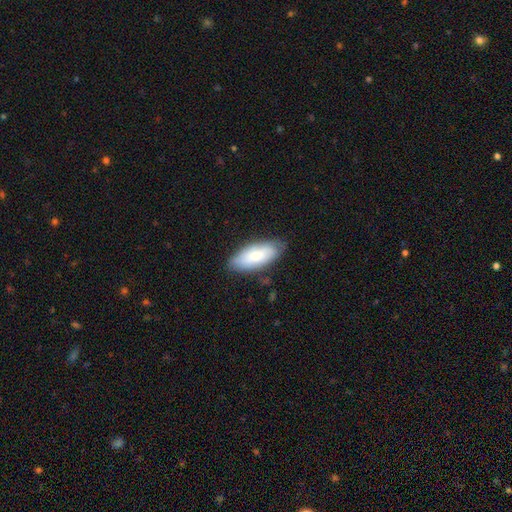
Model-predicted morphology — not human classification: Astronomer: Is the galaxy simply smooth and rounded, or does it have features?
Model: smooth — 75%.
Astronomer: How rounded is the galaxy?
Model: in between — 84%.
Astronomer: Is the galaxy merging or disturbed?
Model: none — 77%.